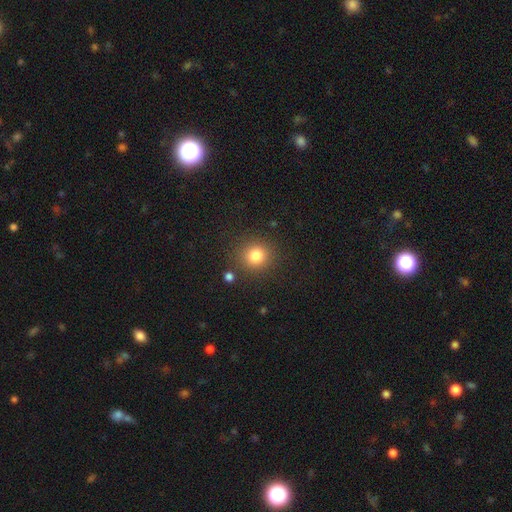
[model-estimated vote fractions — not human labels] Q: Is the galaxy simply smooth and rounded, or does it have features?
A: smooth — 81%.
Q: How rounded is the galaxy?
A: round — 89%.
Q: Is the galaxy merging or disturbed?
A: none — 85%.